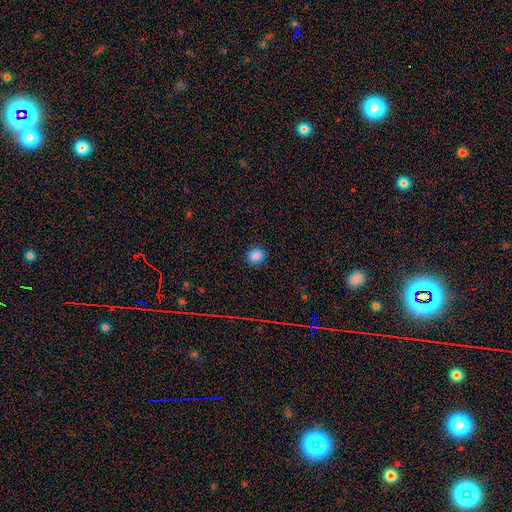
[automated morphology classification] Smooth or featured? Predicted: smooth (p=0.85). How rounded? Predicted: round (p=0.82). Merging? Predicted: none (p=0.90).